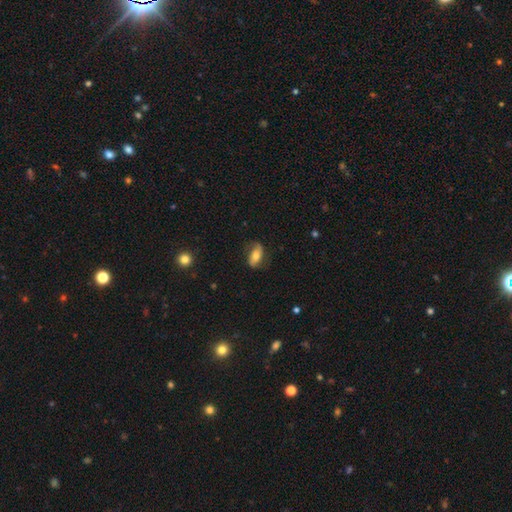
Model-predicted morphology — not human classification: Smooth or featured: smooth — 54% (featured or disk — 38%)
How rounded: in between — 82% (cigar-shaped — 12%)
Merging: none — 71% (minor disturbance — 20%)